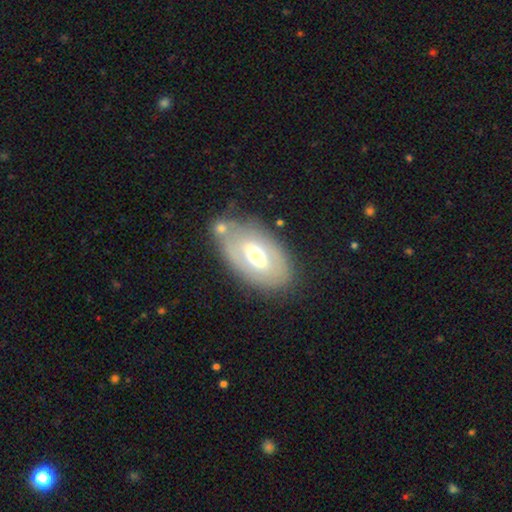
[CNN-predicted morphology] Smooth or featured? featured or disk (52%)
Edge-on disk? no (88%)
Merging? none (65%)